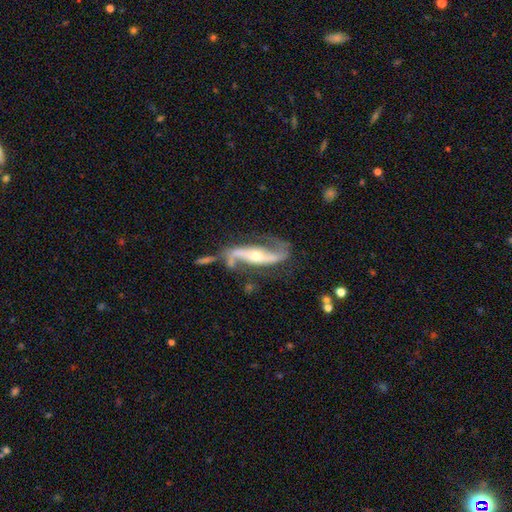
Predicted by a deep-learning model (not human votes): This appears to be a featured or disk galaxy (90%) with a strong bar (46%), 2 (92%) loose (57%) spiral arms (96%) and a moderate central bulge (52%). Merging: none (60%).